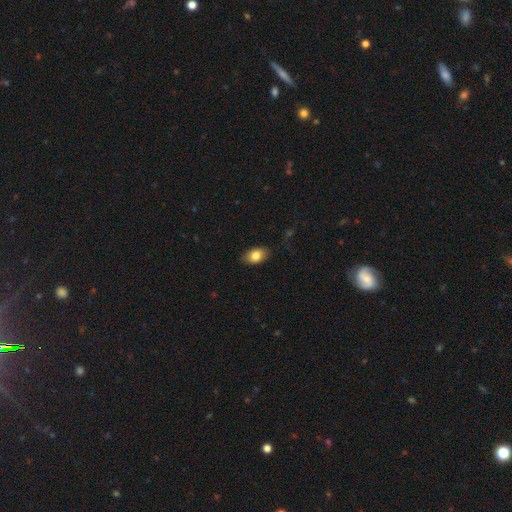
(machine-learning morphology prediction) A smooth galaxy with no disk features (82%) that is in between round and cigar-shaped (89%). Merging: none (84%).